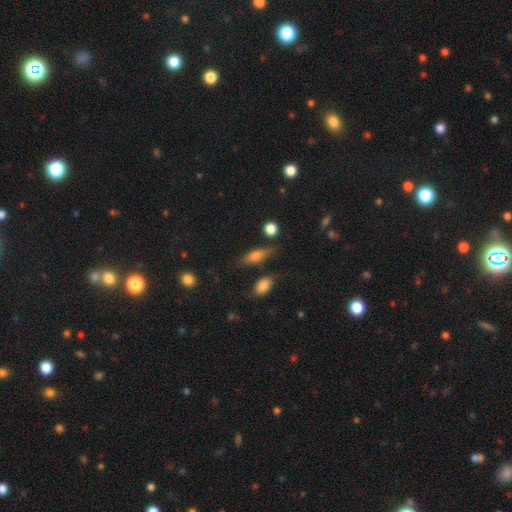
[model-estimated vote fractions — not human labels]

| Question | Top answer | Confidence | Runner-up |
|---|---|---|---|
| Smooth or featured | smooth | 65% | featured or disk (27%) |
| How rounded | in between | 54% | cigar-shaped (40%) |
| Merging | none | 74% | minor disturbance (16%) |